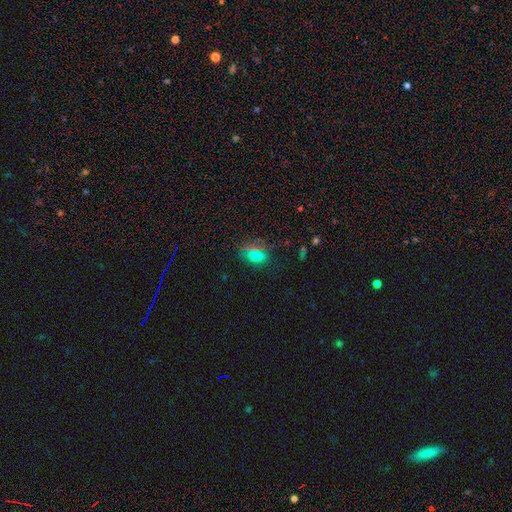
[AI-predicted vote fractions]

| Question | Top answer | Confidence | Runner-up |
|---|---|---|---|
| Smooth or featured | smooth | 67% | star or artifact (25%) |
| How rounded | in between | 59% | round (37%) |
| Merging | none | 80% | minor disturbance (13%) |